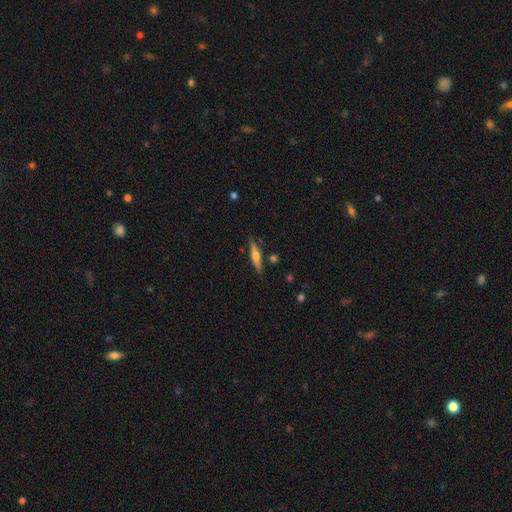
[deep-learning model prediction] This is possibly a featured or disk galaxy (57%). It is clearly viewed edge-on (95%). Edge-on bulge: clearly rounded (86%). Merging: clearly none (84%).